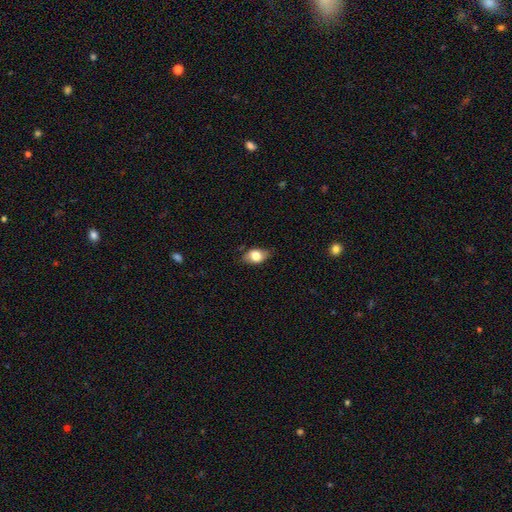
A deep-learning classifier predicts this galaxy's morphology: type=smooth (74%); roundness=in between (83%); merging=none (77%).